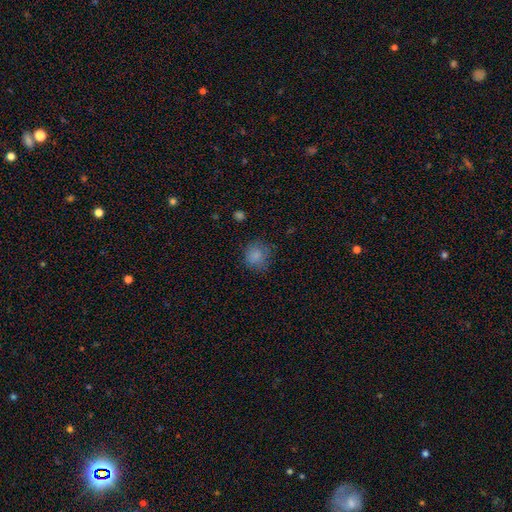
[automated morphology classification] type=smooth (84%); roundness=round (86%); merging=none (78%).